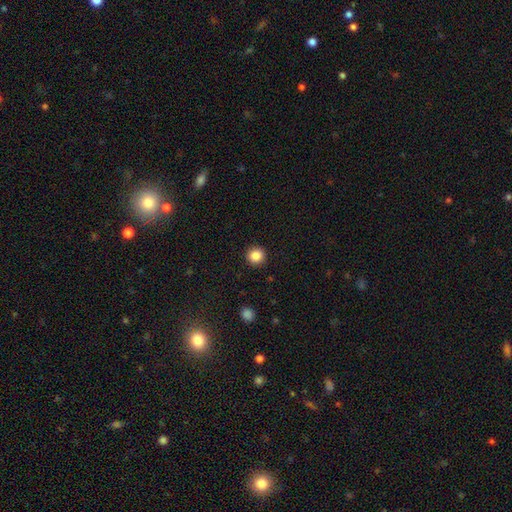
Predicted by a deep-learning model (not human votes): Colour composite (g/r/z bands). It shows a smooth galaxy with no disk features (86%) that is round (94%). Merging: none (92%).